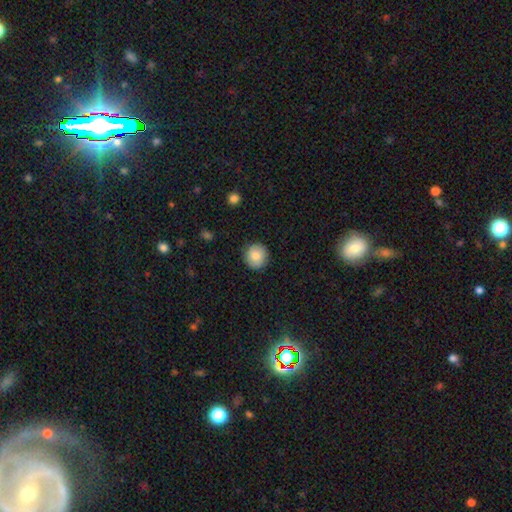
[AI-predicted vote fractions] Overall: smooth (84%). How rounded: round (93%). Merging: none (90%).